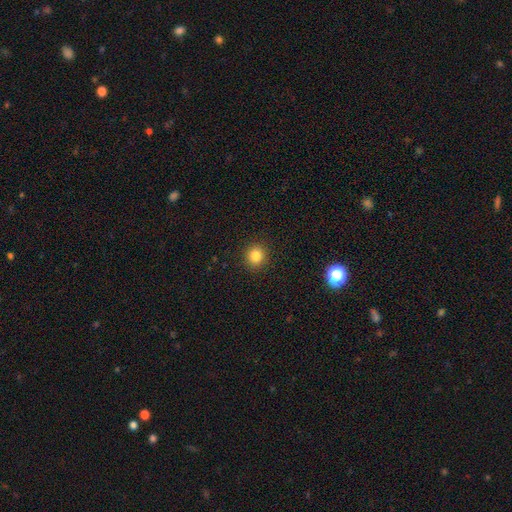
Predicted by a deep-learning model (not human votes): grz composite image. It shows a smooth galaxy with no disk features (83%) that is round (88%). Merging: none (91%).